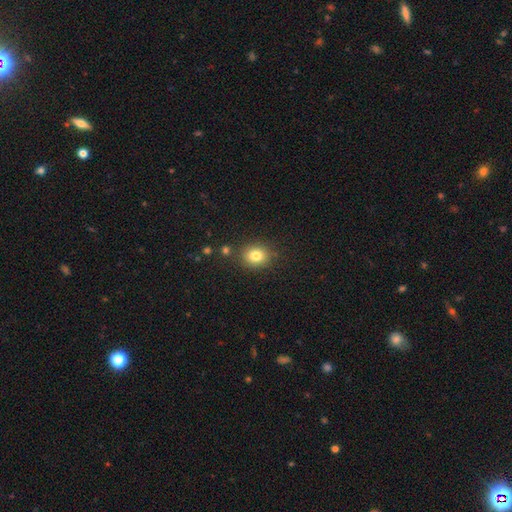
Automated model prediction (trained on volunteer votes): smooth_or_featured: smooth (p=0.80) [alt: star or artifact p=0.12]
how_rounded: round (p=0.66) [alt: in between p=0.33]
merging: none (p=0.83) [alt: minor disturbance p=0.10]